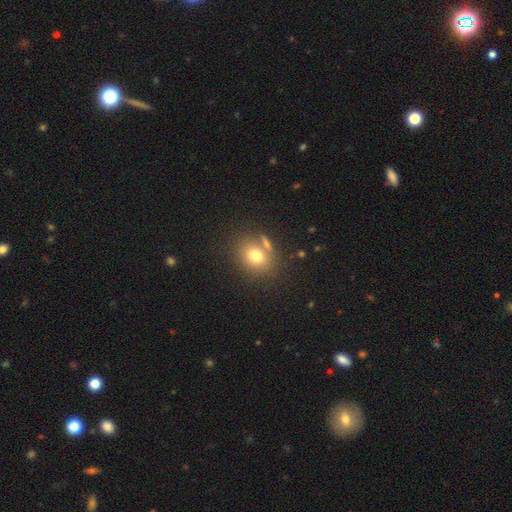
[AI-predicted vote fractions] Smooth or featured: smooth — 73% (featured or disk — 14%)
How rounded: round — 59% (in between — 40%)
Merging: none — 66% (merger — 16%)